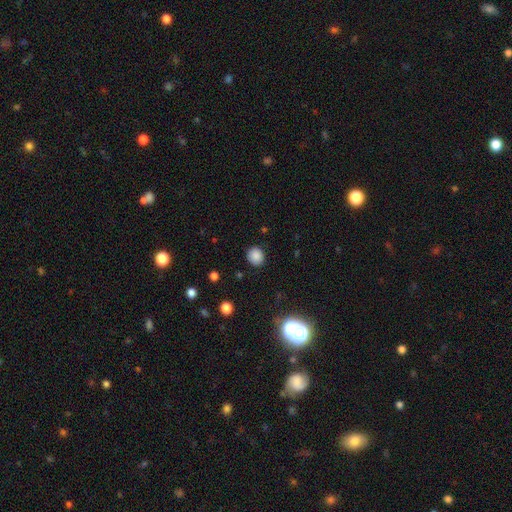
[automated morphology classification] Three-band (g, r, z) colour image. It shows a smooth galaxy with no disk features (85%) that is round (84%). Merging: none (88%).